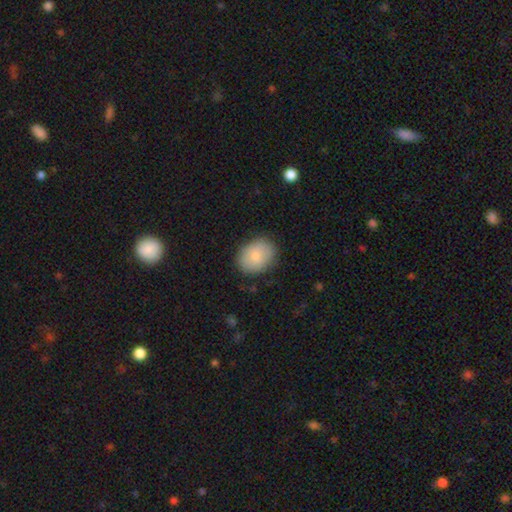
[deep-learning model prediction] A smooth galaxy with no disk features (82%) that is in between round and cigar-shaped (65%).

Vote fractions:
- Smooth or featured? smooth: 82% / featured or disk: 11% / star or artifact: 7%
- How rounded? in between: 65% / round: 34% / cigar-shaped: 1%
- Merging? none: 82% / minor disturbance: 14% / major disturbance: 3% / merger: 1%